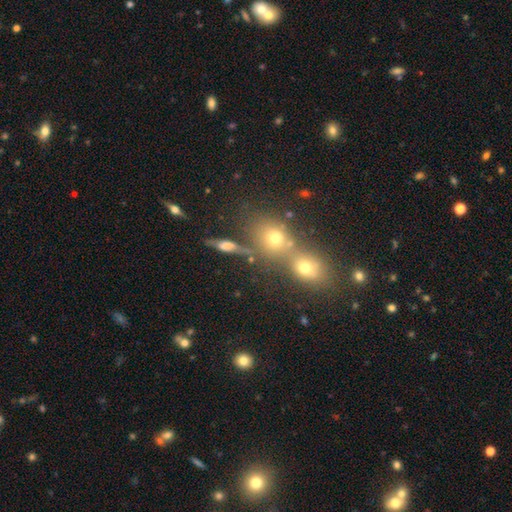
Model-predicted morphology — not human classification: A smooth galaxy with no disk features (53%) that is round (72%). Merging: merger (52%).